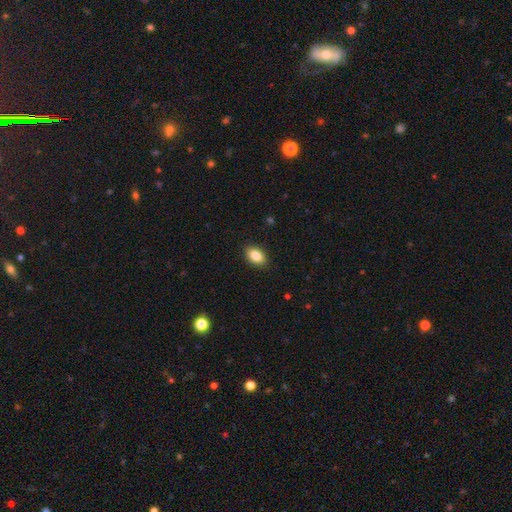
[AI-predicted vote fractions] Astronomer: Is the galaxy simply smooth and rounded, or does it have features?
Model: smooth — 86%.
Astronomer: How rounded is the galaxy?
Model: in between — 89%.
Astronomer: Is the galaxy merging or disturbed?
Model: none — 89%.